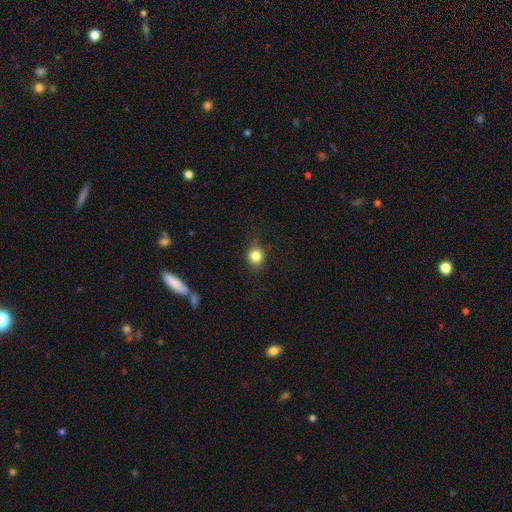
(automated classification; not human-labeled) smooth 81%, star or artifact 12%, featured or disk 7%. Down the decision tree: how rounded — round (81%); merging — none (76%).